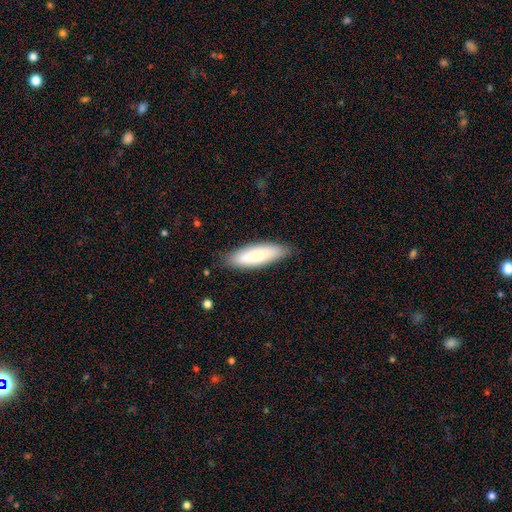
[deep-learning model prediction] This appears to be a smooth galaxy with no disk features (78%) that is cigar-shaped (50%). Merging: none (84%).